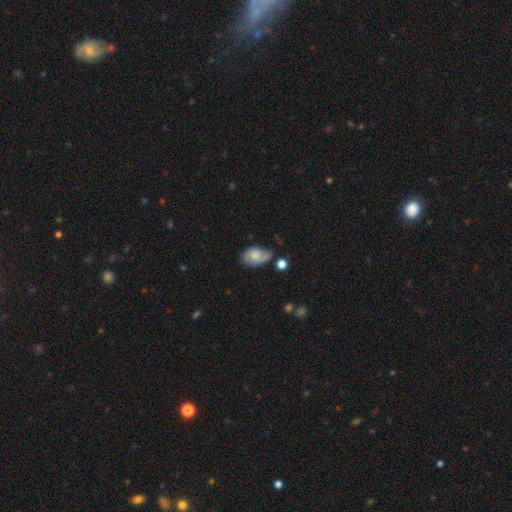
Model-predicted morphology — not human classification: type=smooth (61%); roundness=in between (89%); merging=none (50%).